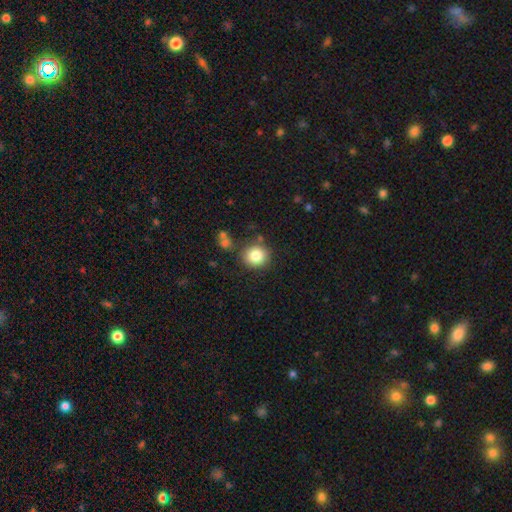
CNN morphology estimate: Smooth or featured: smooth — 84% (star or artifact — 10%)
How rounded: round — 88% (in between — 11%)
Merging: none — 82% (minor disturbance — 10%)